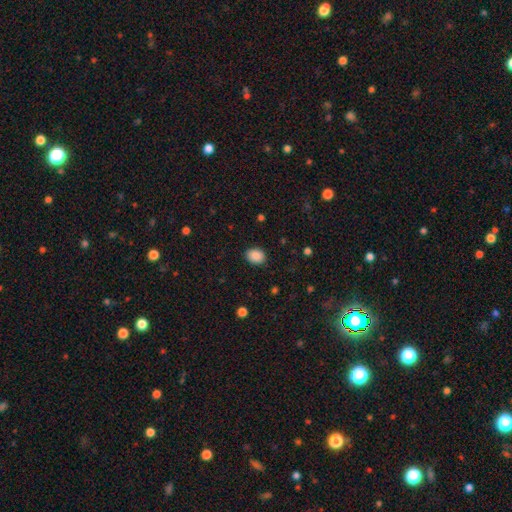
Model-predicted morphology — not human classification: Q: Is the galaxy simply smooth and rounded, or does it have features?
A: smooth — 88%.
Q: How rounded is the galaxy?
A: in between — 62%.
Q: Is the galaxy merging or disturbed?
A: none — 88%.